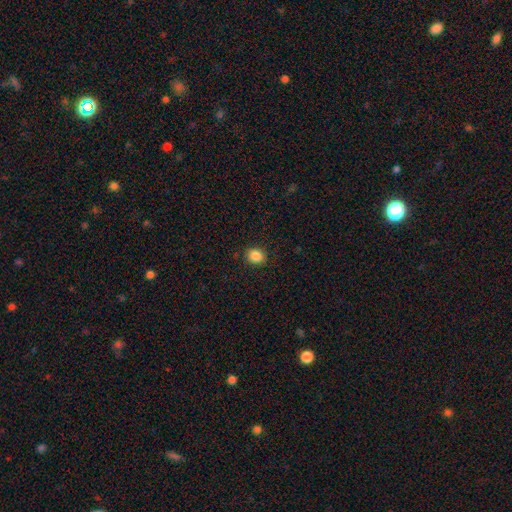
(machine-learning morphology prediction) Overall: smooth (86%). How rounded: round (68%; in between 31%). Merging: none (89%).